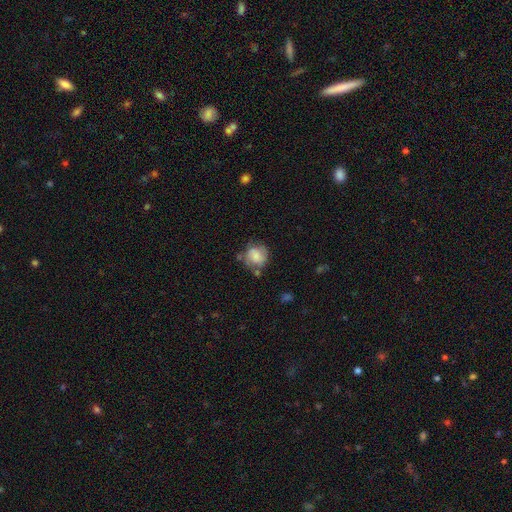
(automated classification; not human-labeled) This is possibly a smooth galaxy (58%). How rounded: likely round (77%). Merging: possibly none (53%).